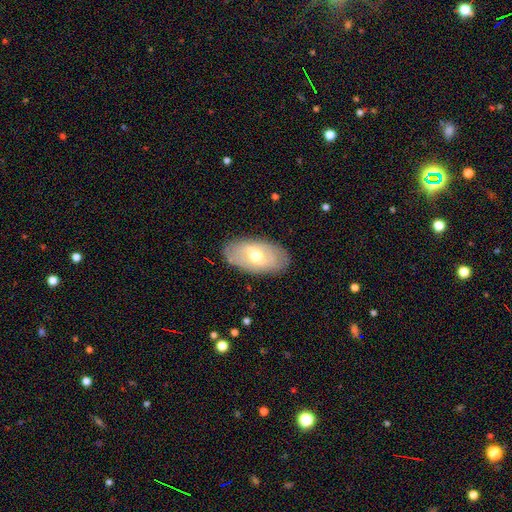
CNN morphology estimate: featured or disk 53%, smooth 41%, star or artifact 7%. Down the decision tree: edge-on disk — no (86%); merging — none (85%).